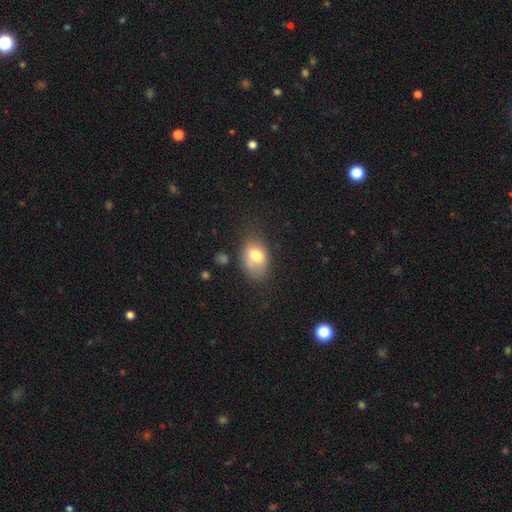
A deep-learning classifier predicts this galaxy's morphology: smooth-or-featured: smooth: 74% | featured or disk: 17% | star or artifact: 8%
  how-rounded: in between: 79% | round: 20% | cigar-shaped: 1%
  merging: none: 53% | minor disturbance: 30% | major disturbance: 11% | merger: 6%